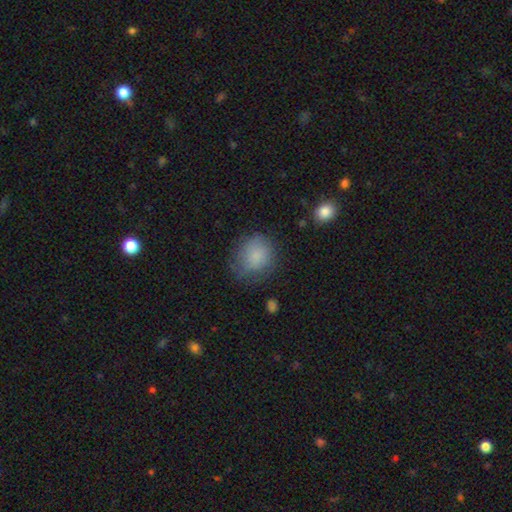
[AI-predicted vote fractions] smooth-or-featured: smooth: 82% | featured or disk: 10% | star or artifact: 9%
  how-rounded: round: 77% | in between: 22% | cigar-shaped: 1%
  merging: none: 65% | minor disturbance: 24% | major disturbance: 9% | merger: 2%